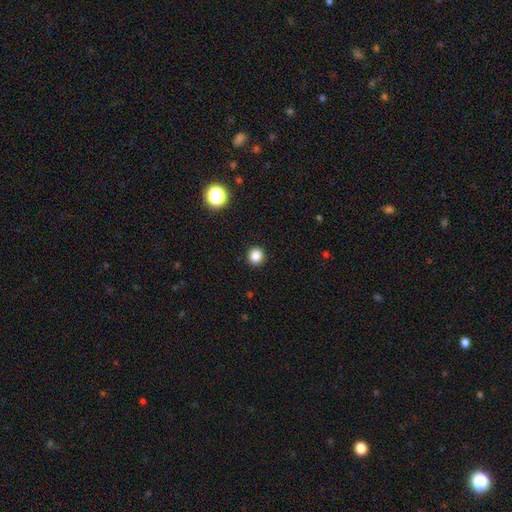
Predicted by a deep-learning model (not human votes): smooth 85%, star or artifact 12%, featured or disk 3%. Down the decision tree: how rounded — round (92%); merging — none (92%).